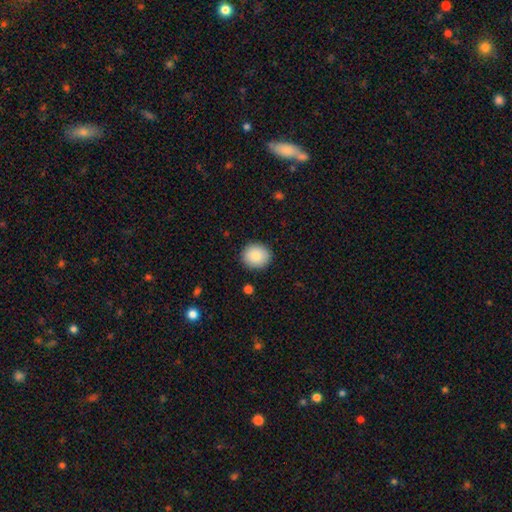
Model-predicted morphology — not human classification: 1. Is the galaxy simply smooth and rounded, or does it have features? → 85% smooth, 8% star or artifact, 8% featured or disk.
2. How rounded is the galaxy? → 80% round, 19% in between, 1% cigar-shaped.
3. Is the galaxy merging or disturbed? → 90% none, 7% minor disturbance, 2% major disturbance, 1% merger.